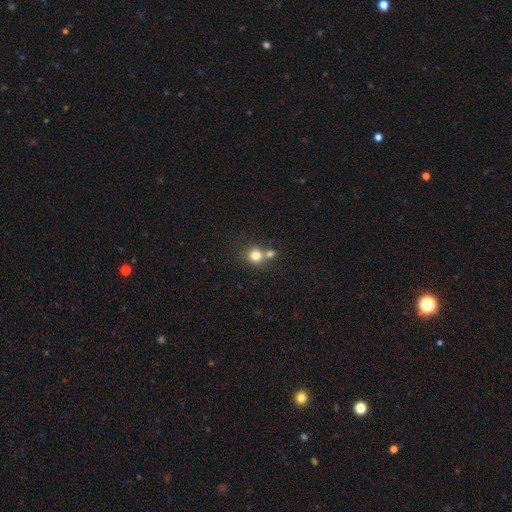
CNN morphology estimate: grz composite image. It shows a smooth galaxy with no disk features (79%) that is round (84%). Merging: none (49%).